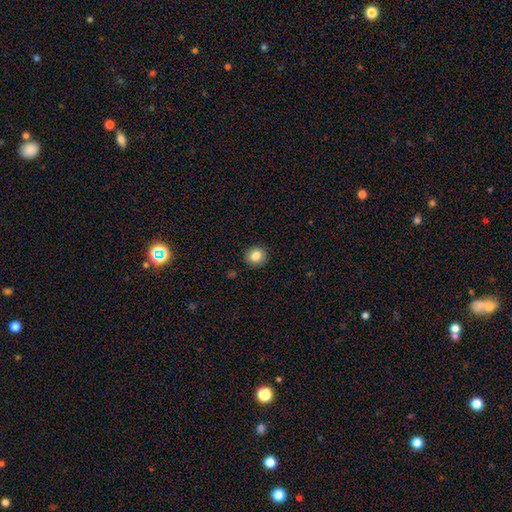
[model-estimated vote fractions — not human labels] Smooth or featured? Predicted: smooth (p=0.85). How rounded? Predicted: round (p=0.85). Merging? Predicted: none (p=0.90).